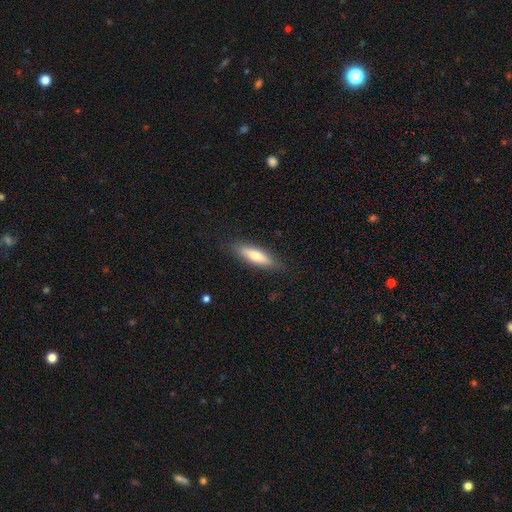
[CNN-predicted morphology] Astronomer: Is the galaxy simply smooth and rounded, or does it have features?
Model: smooth — 72%.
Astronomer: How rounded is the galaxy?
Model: cigar-shaped — 63%.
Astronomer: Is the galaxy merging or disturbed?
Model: none — 86%.